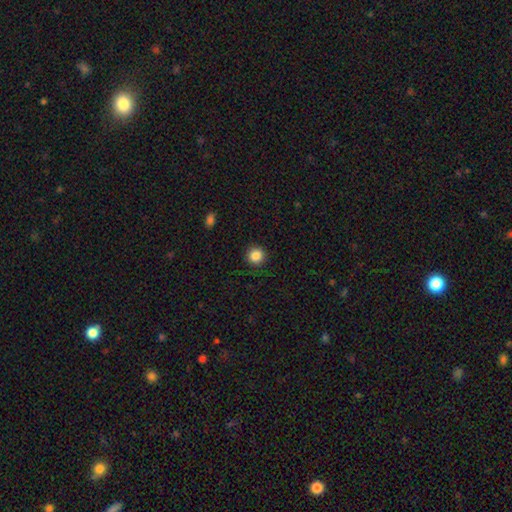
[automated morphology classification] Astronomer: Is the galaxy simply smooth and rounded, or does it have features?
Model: smooth — 86%.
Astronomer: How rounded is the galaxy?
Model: round — 94%.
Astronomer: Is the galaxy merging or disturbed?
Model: none — 91%.